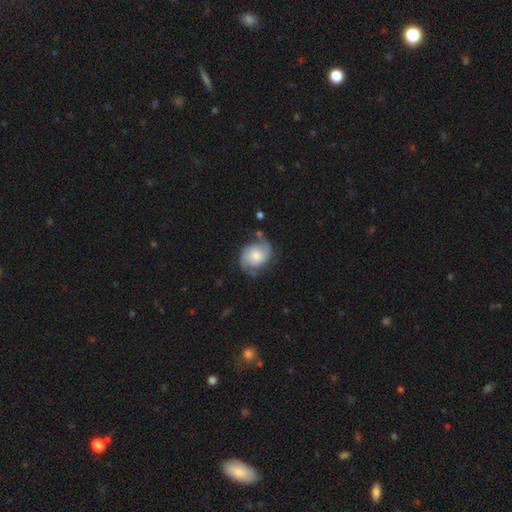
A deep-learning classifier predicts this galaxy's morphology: A featured or disk galaxy (76%) with no bar (68%), 2 (90%) medium (48%) spiral arms (95%) and a moderate central bulge (40%). Merging: none (65%).